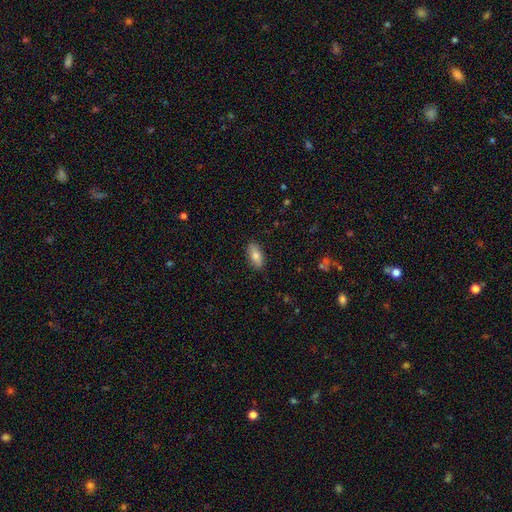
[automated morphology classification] type=smooth (79%); roundness=in between (88%); merging=none (88%).